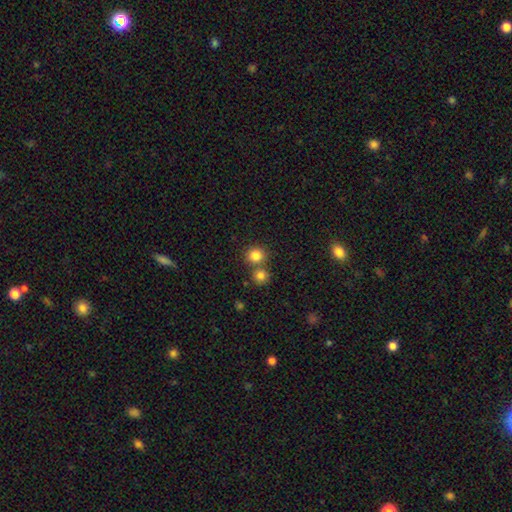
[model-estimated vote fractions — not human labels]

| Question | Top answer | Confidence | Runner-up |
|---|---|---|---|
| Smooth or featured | smooth | 82% | star or artifact (12%) |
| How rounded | round | 88% | in between (11%) |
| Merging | none | 62% | merger (29%) |